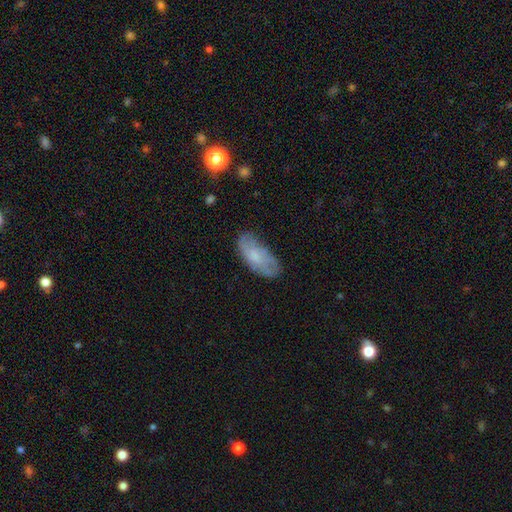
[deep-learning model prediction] Smooth or featured: smooth — 59% (featured or disk — 34%)
How rounded: in between — 88% (cigar-shaped — 10%)
Merging: none — 66% (minor disturbance — 25%)